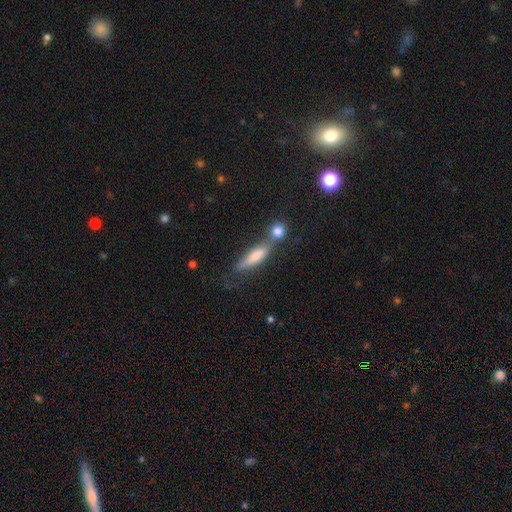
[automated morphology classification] smooth_or_featured: smooth (p=0.55) [alt: featured or disk p=0.33]
how_rounded: cigar-shaped (p=0.71) [alt: in between p=0.26]
merging: none (p=0.47) [alt: merger p=0.29]